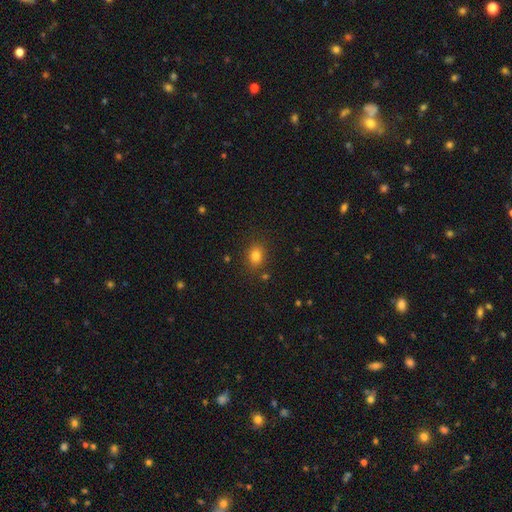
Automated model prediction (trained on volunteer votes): smooth_or_featured: smooth (p=0.81) [alt: star or artifact p=0.12]
how_rounded: in between (p=0.53) [alt: round p=0.46]
merging: none (p=0.83) [alt: minor disturbance p=0.11]